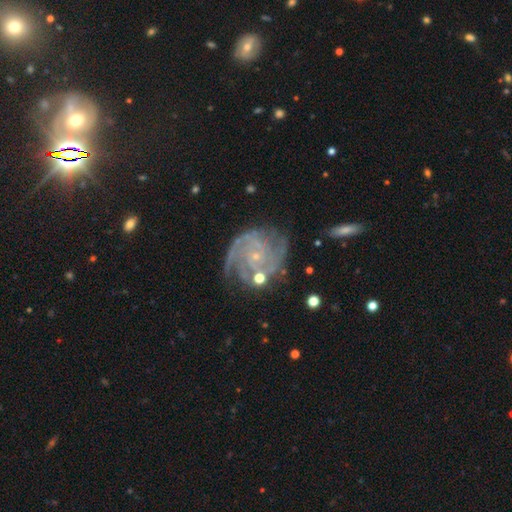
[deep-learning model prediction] Smooth or featured: featured or disk — 89% (star or artifact — 6%)
Edge-on disk: no — 98% (yes — 2%)
Bar: no — 71% (weak — 23%)
Spiral arms: yes — 97% (no — 3%)
Spiral winding: tight — 60% (medium — 33%)
Spiral arm count: 2 — 38% (3 — 21%)
Bulge size: small — 85% (moderate — 9%)
Merging: none — 68% (minor disturbance — 19%)